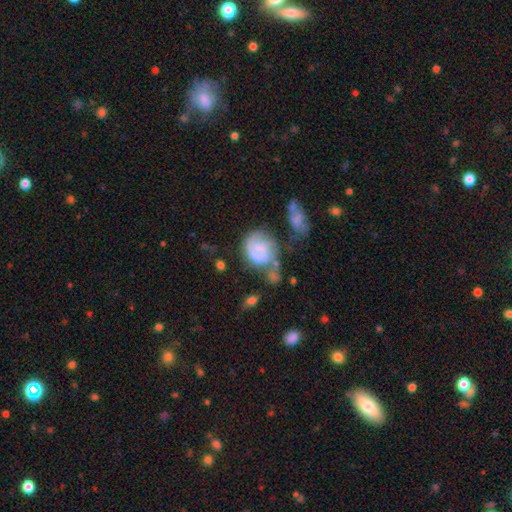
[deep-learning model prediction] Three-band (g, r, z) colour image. It shows a featured or disk galaxy (47%). Merging: none (34%).